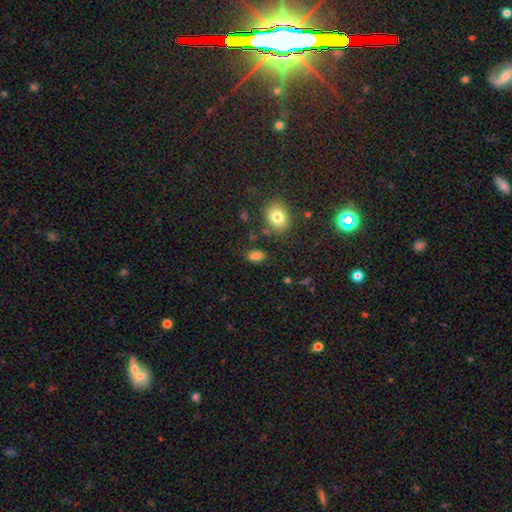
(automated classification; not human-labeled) Smooth or featured? Predicted: smooth (p=0.81). How rounded? Predicted: in between (p=0.88). Merging? Predicted: none (p=0.77).